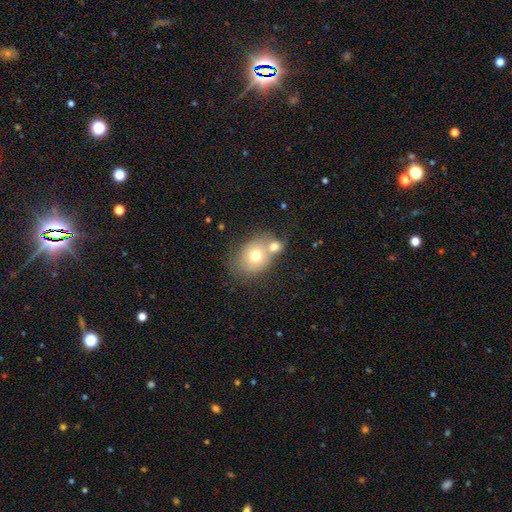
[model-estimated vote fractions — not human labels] A smooth galaxy with no disk features (69%) that is round (59%). Merging: merger (49%).